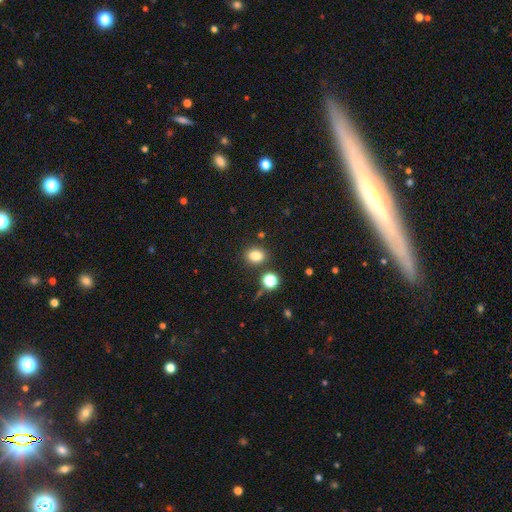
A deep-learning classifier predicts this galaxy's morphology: Smooth or featured? smooth (81%)
How rounded? round (52%)
Merging? none (81%)